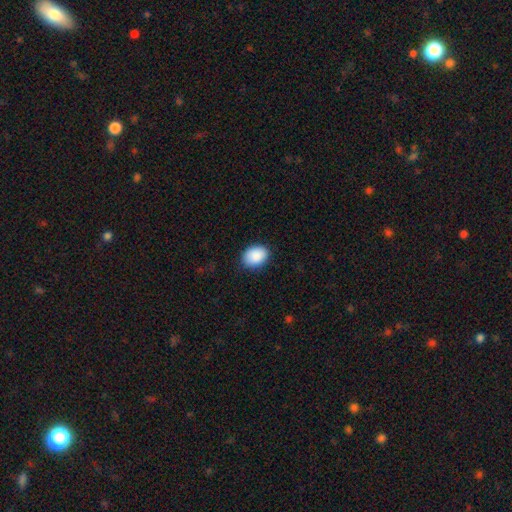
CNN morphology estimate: smooth 90%, star or artifact 7%, featured or disk 3%. Down the decision tree: how rounded — in between (72%); merging — none (87%).